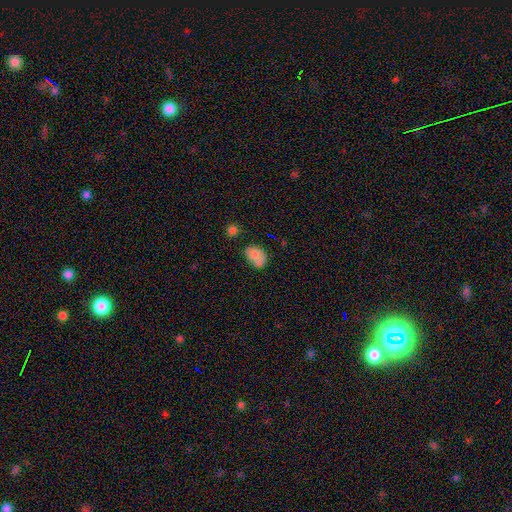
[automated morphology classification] smooth-or-featured: smooth: 75% | featured or disk: 15% | star or artifact: 9%
  how-rounded: in between: 72% | round: 27% | cigar-shaped: 1%
  merging: none: 42% | minor disturbance: 25% | merger: 23% | major disturbance: 10%